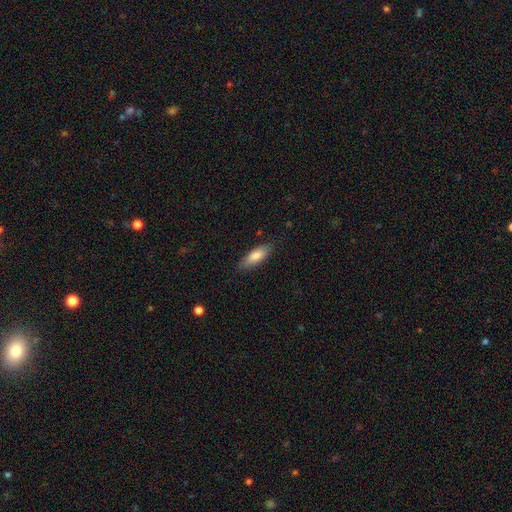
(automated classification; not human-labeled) smooth-or-featured: smooth: 81% | featured or disk: 13% | star or artifact: 6%
  how-rounded: in between: 61% | cigar-shaped: 38% | round: 2%
  merging: none: 81% | minor disturbance: 15% | major disturbance: 3% | merger: 1%